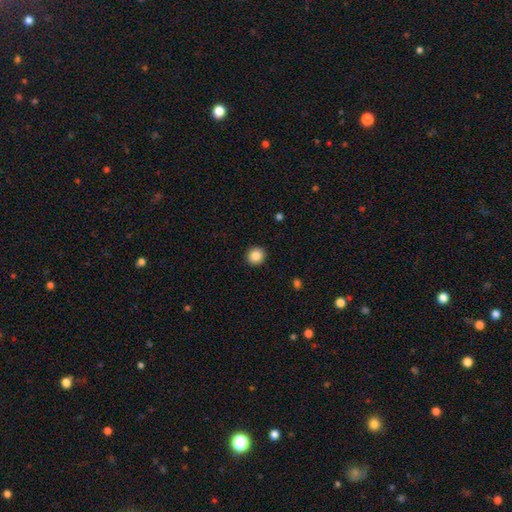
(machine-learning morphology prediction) A smooth galaxy with no disk features (86%) that is round (92%). Merging: none (92%).